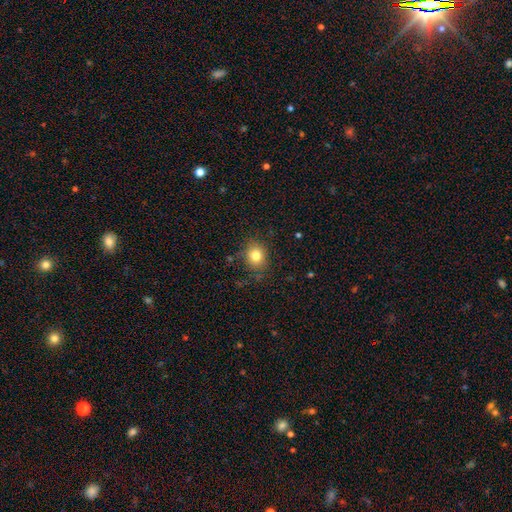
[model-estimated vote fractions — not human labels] smooth-or-featured: smooth: 80% | star or artifact: 12% | featured or disk: 8%
  how-rounded: round: 65% | in between: 34% | cigar-shaped: 1%
  merging: none: 81% | minor disturbance: 13% | major disturbance: 4% | merger: 2%